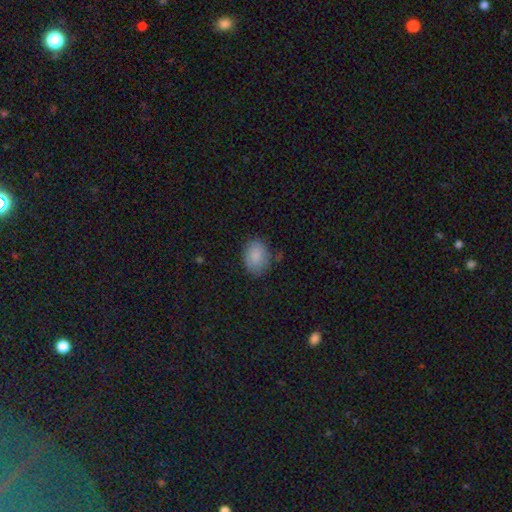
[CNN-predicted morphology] Smooth or featured: smooth — 86% (star or artifact — 7%)
How rounded: in between — 69% (round — 30%)
Merging: none — 76% (minor disturbance — 18%)